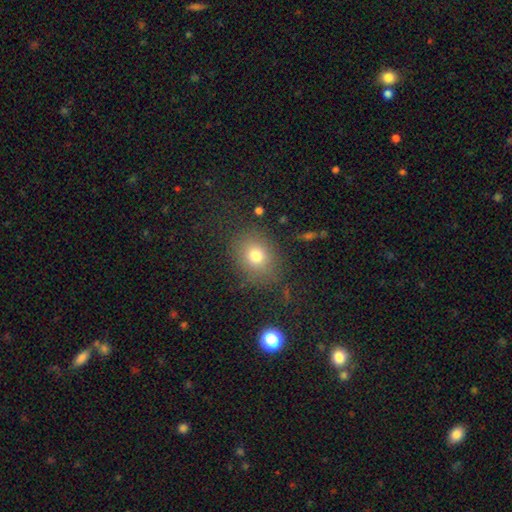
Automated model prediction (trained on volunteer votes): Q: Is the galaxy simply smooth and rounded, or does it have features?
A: smooth — 76%.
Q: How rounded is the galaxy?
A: round — 54%.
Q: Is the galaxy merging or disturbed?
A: none — 80%.